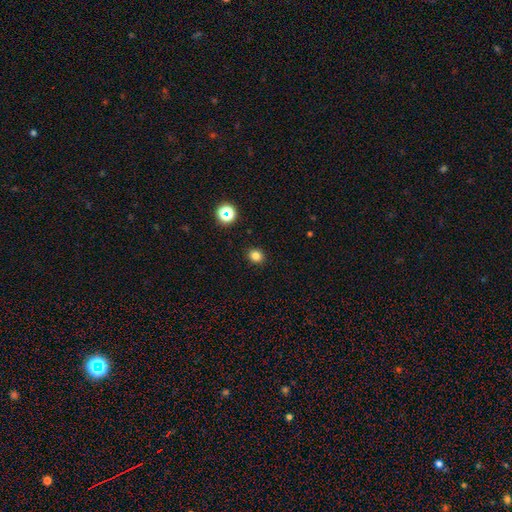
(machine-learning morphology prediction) The model was most divided on "how rounded": round: 78%, in between: 21%, cigar-shaped: 1%. More confident: merging — none (91%); smooth or featured — smooth (81%).